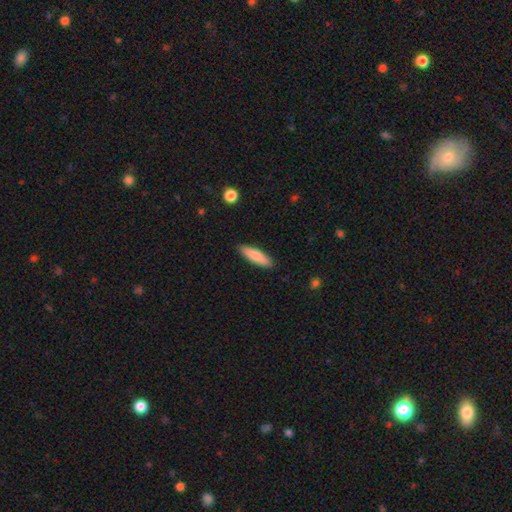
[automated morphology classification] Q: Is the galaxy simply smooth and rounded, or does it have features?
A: smooth — 79%.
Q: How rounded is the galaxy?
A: cigar-shaped — 66%.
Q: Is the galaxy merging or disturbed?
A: none — 89%.